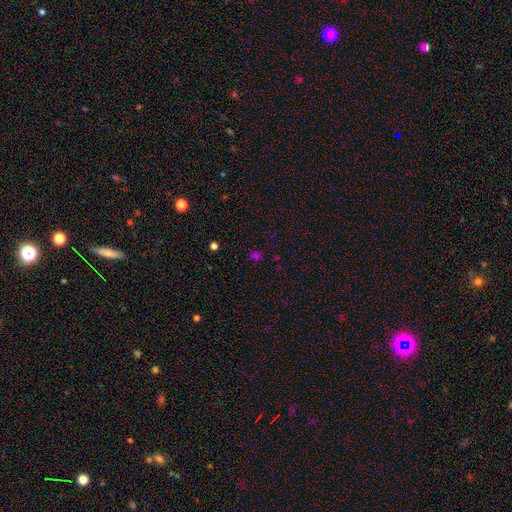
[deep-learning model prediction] Smooth or featured?
  - smooth: 58% *
  - star or artifact: 36%
  - featured or disk: 6%
How rounded?
  - round: 59% *
  - in between: 39%
  - cigar-shaped: 2%
Merging?
  - none: 77% *
  - minor disturbance: 13%
  - major disturbance: 5%
  - merger: 4%